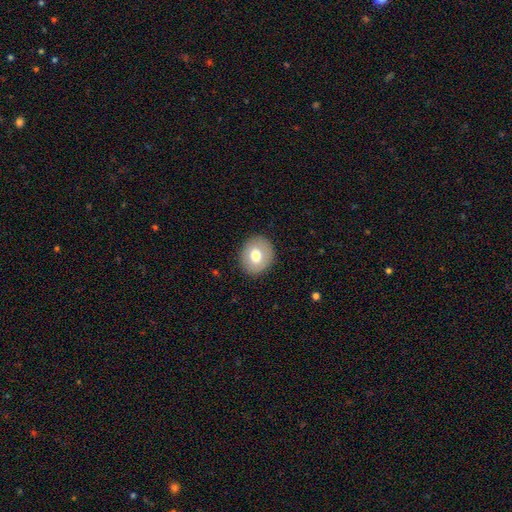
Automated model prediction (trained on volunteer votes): Smooth or featured?
  - smooth: 72% *
  - featured or disk: 20%
  - star or artifact: 8%
How rounded?
  - round: 65% *
  - in between: 34%
  - cigar-shaped: 1%
Merging?
  - none: 89% *
  - minor disturbance: 8%
  - major disturbance: 2%
  - merger: 1%